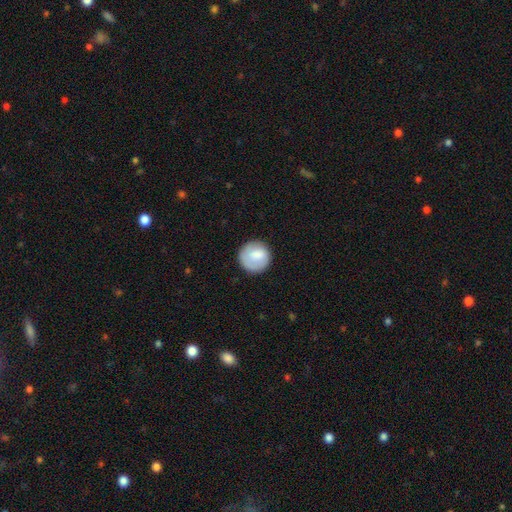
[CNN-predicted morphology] smooth_or_featured: smooth (p=0.80) [alt: featured or disk p=0.14]
how_rounded: round (p=0.93) [alt: in between p=0.06]
merging: none (p=0.82) [alt: minor disturbance p=0.13]